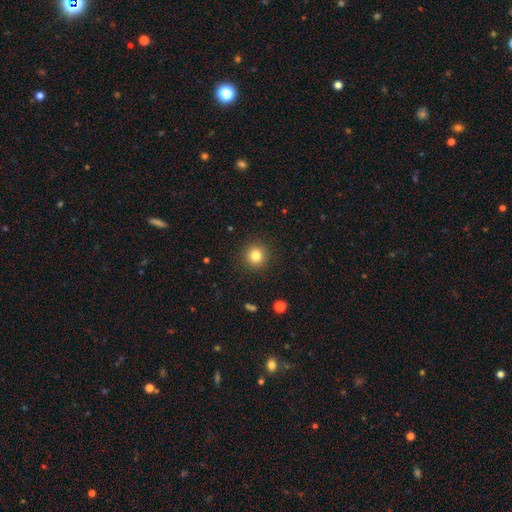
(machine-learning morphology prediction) This appears to be a smooth galaxy with no disk features (82%) that is round (94%). Merging: none (92%).